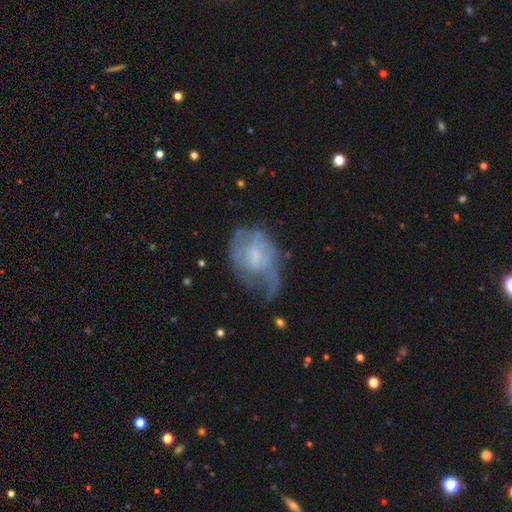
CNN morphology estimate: type=featured or disk (65%); edge-on=no (97%); bar=no (62%); spiral arms=yes (71%); bulge=small (36%); merging=none (35%).